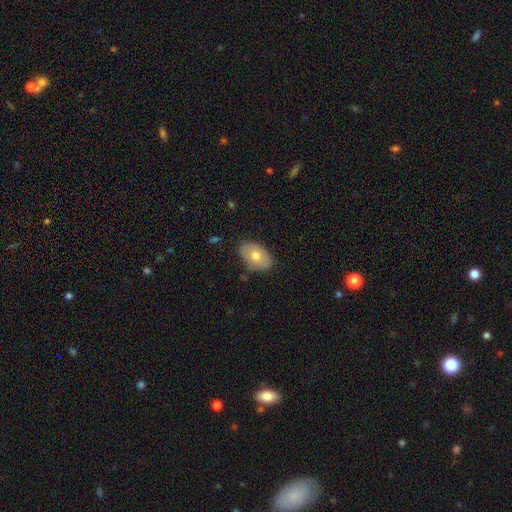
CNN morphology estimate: Overall: smooth (66%; featured or disk 28%). How rounded: in between (89%). Merging: none (82%).